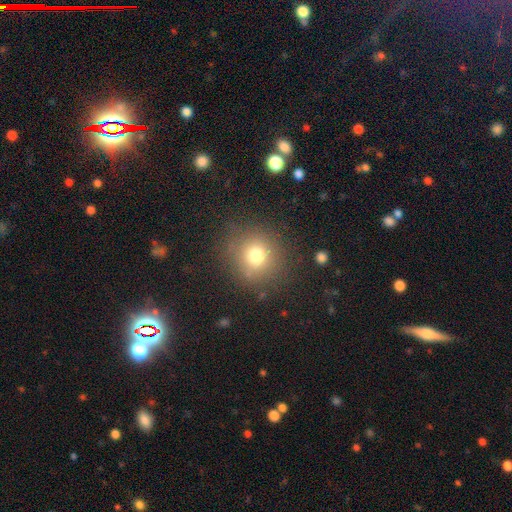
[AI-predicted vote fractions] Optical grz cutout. It shows a smooth galaxy with no disk features (73%) that is round (91%). Merging: none (83%).